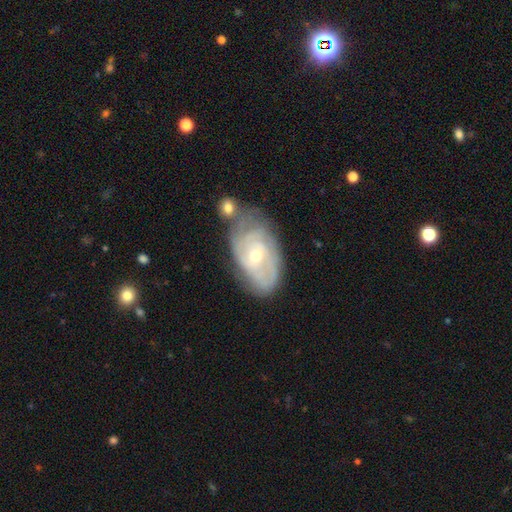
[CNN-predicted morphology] type=featured or disk (79%); edge-on=no (95%); bar=no (61%); spiral arms=yes (89%); winding=tight (68%); arm count=can't tell (43%); bulge=small (49%); merging=none (53%).